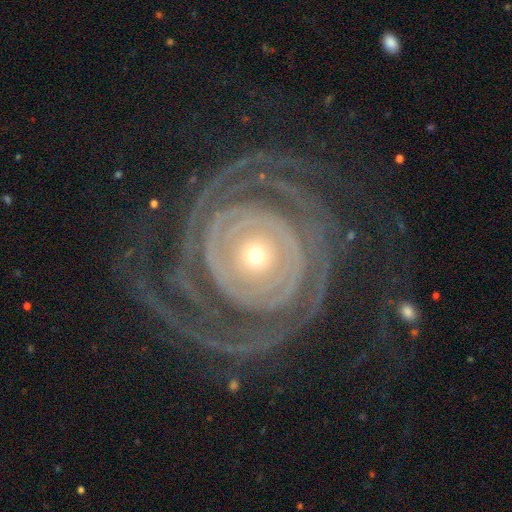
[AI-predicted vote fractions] A featured or disk galaxy (90%) with no bar (78%), 2 (32%) tight (82%) spiral arms (96%) and a small central bulge (68%).

Vote fractions:
- Smooth or featured? featured or disk: 90% / star or artifact: 5% / smooth: 5%
- Edge-on disk? no: 97% / yes: 3%
- Bar? no: 78% / weak: 12% / strong: 10%
- Spiral arms? yes: 96% / no: 4%
- Spiral winding? tight: 82% / medium: 13% / loose: 4%
- Spiral arm count? 2: 32% / can't tell: 22% / 3: 15% / 4: 11% / more than 4: 11% / 1: 8%
- Bulge size? small: 68% / moderate: 26% / large: 3% / dominant: 1% / none: 1%
- Merging? none: 70% / major disturbance: 15% / minor disturbance: 14% / merger: 2%